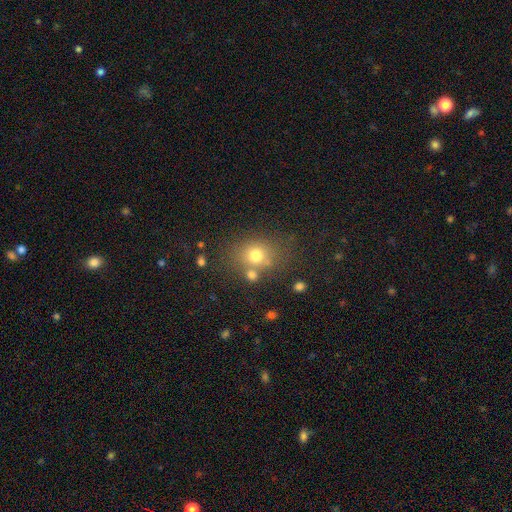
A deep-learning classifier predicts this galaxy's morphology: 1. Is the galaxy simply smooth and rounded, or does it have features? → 72% smooth, 15% star or artifact, 13% featured or disk.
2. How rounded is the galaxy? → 65% round, 34% in between, 1% cigar-shaped.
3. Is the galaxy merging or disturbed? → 65% none, 15% merger, 14% minor disturbance, 6% major disturbance.